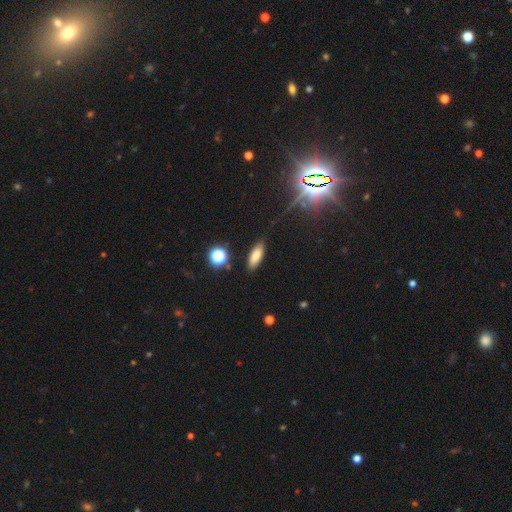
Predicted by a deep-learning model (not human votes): Smooth or featured? Predicted: smooth (p=0.78). How rounded? Predicted: in between (p=0.66). Merging? Predicted: none (p=0.83).